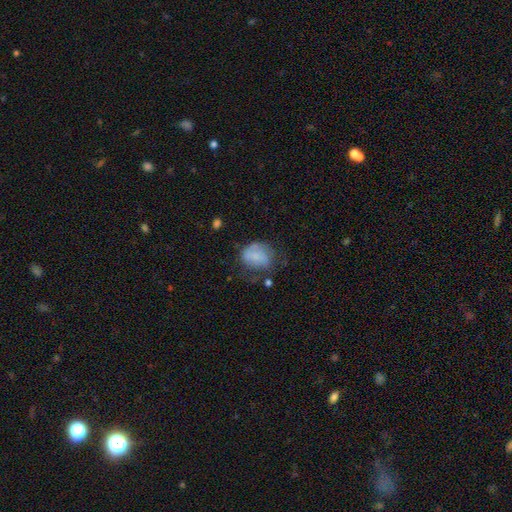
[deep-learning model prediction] This is likely a smooth galaxy (67%). How rounded: possibly round (51%). Merging: marginally none (41%).